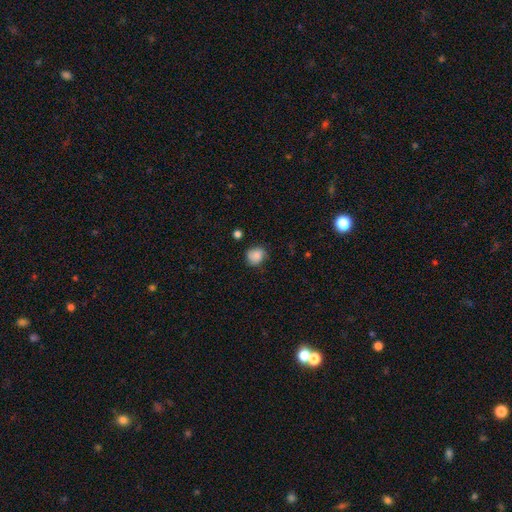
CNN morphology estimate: smooth 84%, star or artifact 9%, featured or disk 7%. Down the decision tree: how rounded — round (73%); merging — none (69%).